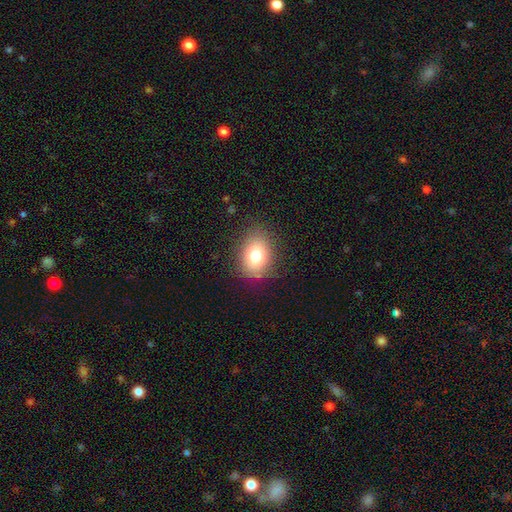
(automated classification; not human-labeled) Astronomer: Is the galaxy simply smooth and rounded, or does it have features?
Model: smooth — 76%.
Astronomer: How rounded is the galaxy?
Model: in between — 62%.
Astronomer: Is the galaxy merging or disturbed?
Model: none — 80%.